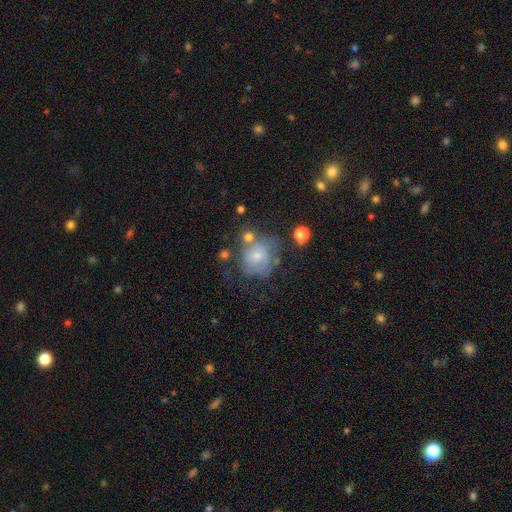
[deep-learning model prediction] Q: Smooth or featured?
A: featured or disk (53%); runner-up: smooth (33%)
Q: Edge-on disk?
A: no (97%); runner-up: yes (3%)
Q: Bar?
A: no (77%); runner-up: weak (19%)
Q: Spiral arms?
A: yes (67%); runner-up: no (33%)
Q: Bulge size?
A: small (51%); runner-up: moderate (41%)
Q: Merging?
A: none (51%); runner-up: minor disturbance (23%)